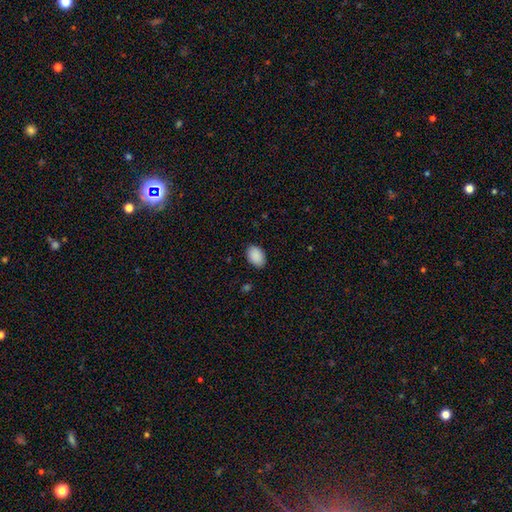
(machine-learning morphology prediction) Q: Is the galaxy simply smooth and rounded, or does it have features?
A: smooth — 90%.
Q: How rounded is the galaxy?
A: in between — 86%.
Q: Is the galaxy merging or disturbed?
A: none — 87%.